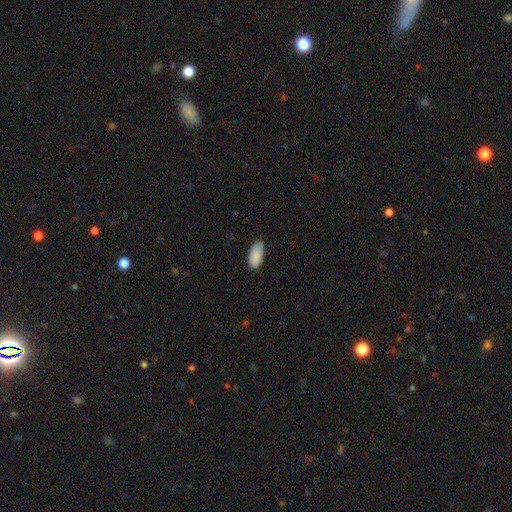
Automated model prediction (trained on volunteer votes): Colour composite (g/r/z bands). It shows a smooth galaxy with no disk features (89%) that is in between round and cigar-shaped (93%). Merging: none (75%).